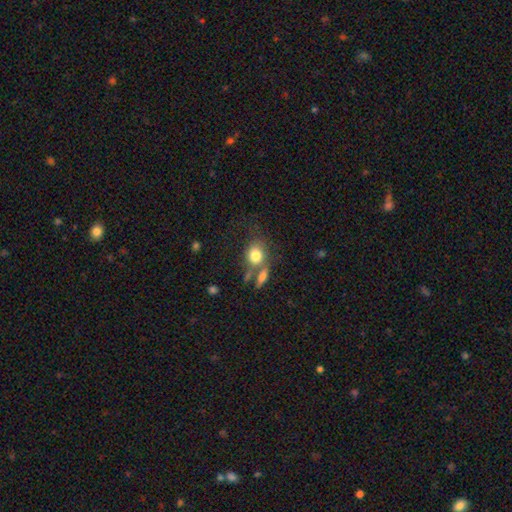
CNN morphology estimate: This appears to be a smooth galaxy with no disk features (78%) that is round (58%). Merging: none (47%).